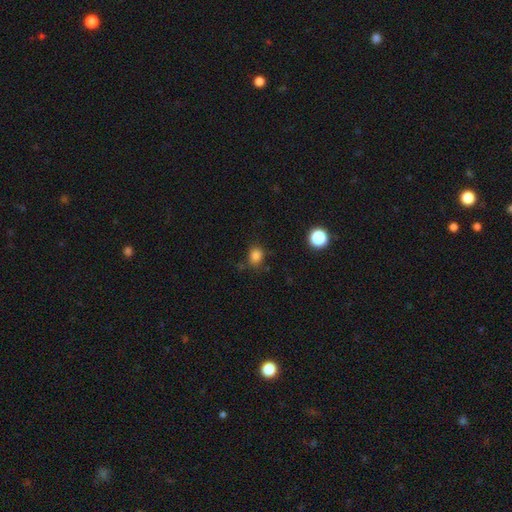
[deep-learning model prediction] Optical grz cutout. It shows a smooth galaxy with no disk features (83%) that is round (63%). Merging: none (76%).